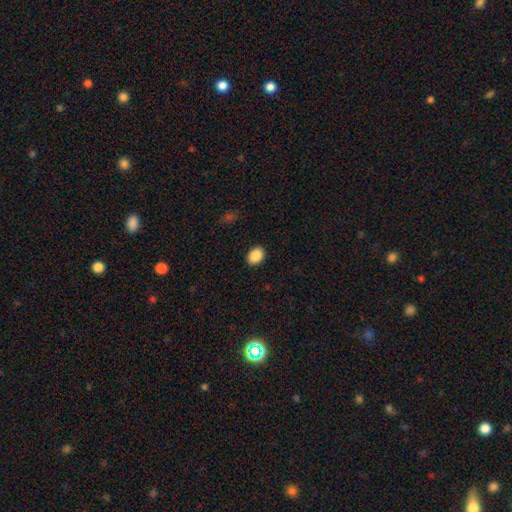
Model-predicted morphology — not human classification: This is clearly a smooth galaxy (88%). How rounded: likely in between (66%). Merging: clearly none (90%).